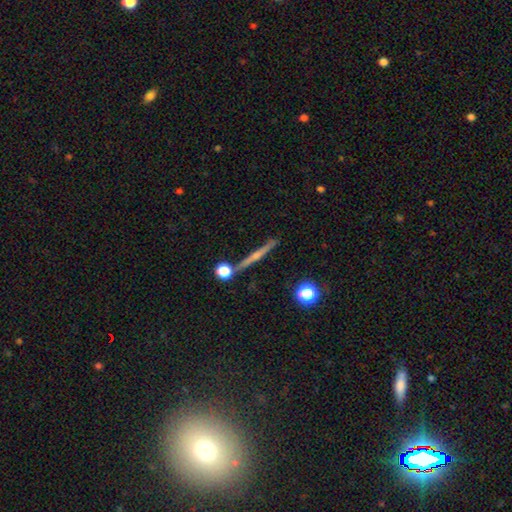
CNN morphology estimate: This is likely a featured or disk galaxy (61%). It is clearly viewed edge-on (97%). Edge-on bulge: possibly rounded (55%). Merging: clearly none (84%).